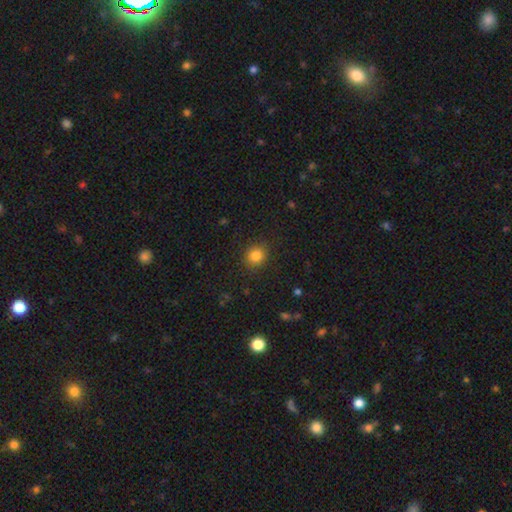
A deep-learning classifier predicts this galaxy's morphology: The model was most divided on "how rounded": round: 81%, in between: 18%, cigar-shaped: 1%. More confident: merging — none (88%); smooth or featured — smooth (84%).